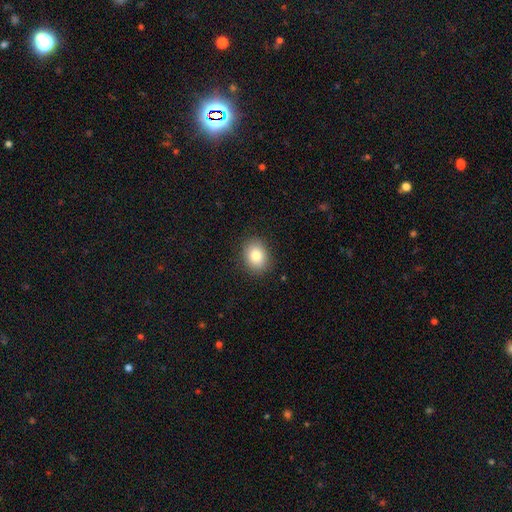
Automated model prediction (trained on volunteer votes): smooth 82%, star or artifact 9%, featured or disk 8%. Down the decision tree: how rounded — in between (54%); merging — none (88%).